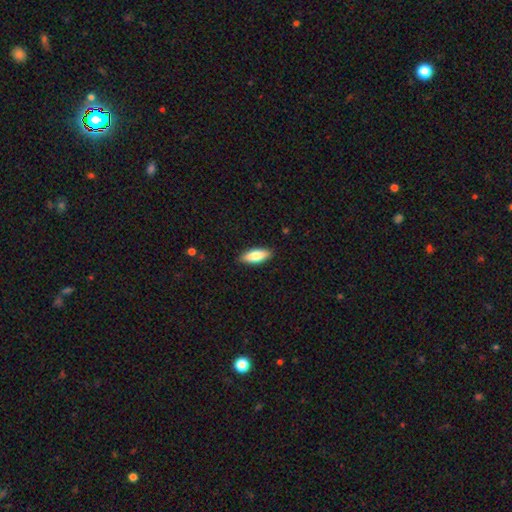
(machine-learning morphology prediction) A smooth galaxy with no disk features (77%) that is in between round and cigar-shaped (75%).

Vote fractions:
- Smooth or featured? smooth: 77% / featured or disk: 17% / star or artifact: 6%
- How rounded? in between: 75% / cigar-shaped: 23% / round: 2%
- Merging? none: 89% / minor disturbance: 9% / major disturbance: 2% / merger: 1%